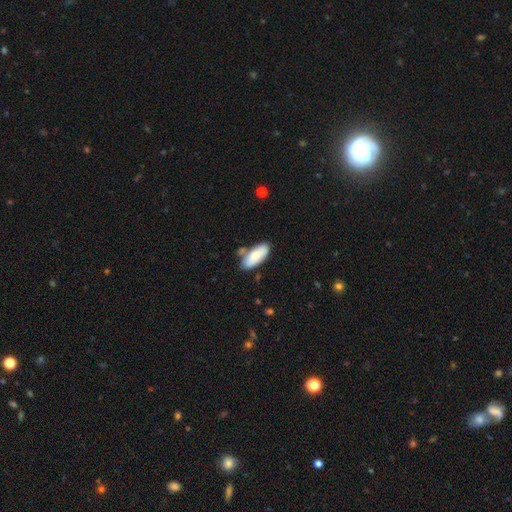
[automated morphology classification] smooth_or_featured: smooth (p=0.78) [alt: featured or disk p=0.17]
how_rounded: in between (p=0.82) [alt: cigar-shaped p=0.16]
merging: none (p=0.68) [alt: minor disturbance p=0.18]